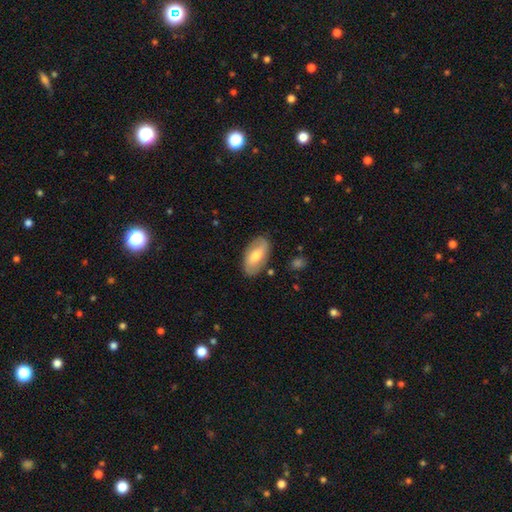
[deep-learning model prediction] smooth_or_featured: smooth (p=0.53) [alt: featured or disk p=0.41]
how_rounded: in between (p=0.92) [alt: cigar-shaped p=0.04]
merging: none (p=0.83) [alt: minor disturbance p=0.12]